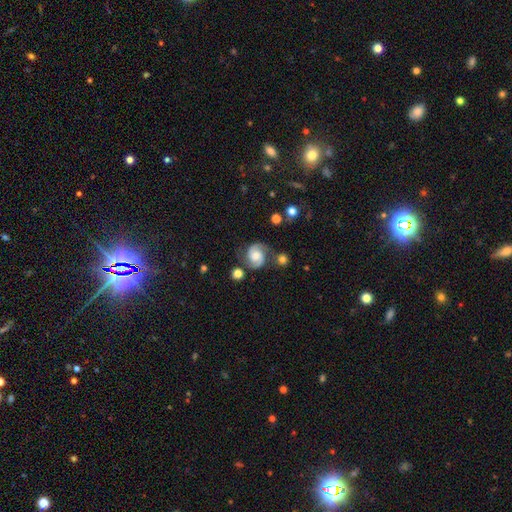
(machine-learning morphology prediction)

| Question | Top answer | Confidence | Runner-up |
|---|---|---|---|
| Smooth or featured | featured or disk | 84% | smooth (10%) |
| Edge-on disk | no | 98% | yes (2%) |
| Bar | no | 63% | weak (30%) |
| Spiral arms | yes | 97% | no (3%) |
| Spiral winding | medium | 54% | tight (31%) |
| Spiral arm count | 2 | 93% | can't tell (2%) |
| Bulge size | moderate | 58% | small (23%) |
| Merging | none | 73% | minor disturbance (15%) |